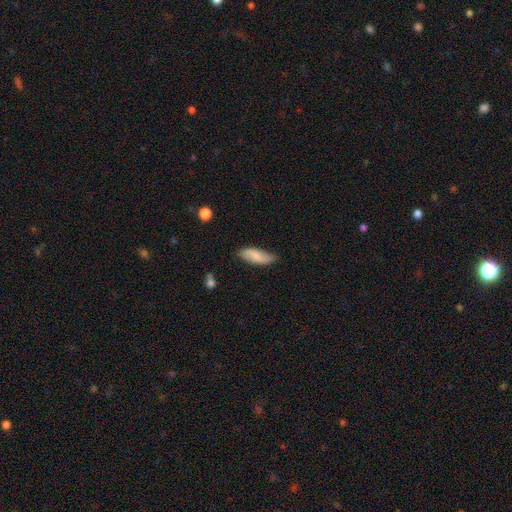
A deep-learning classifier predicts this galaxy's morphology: Overall: smooth (70%). How rounded: in between (73%). Merging: none (69%).